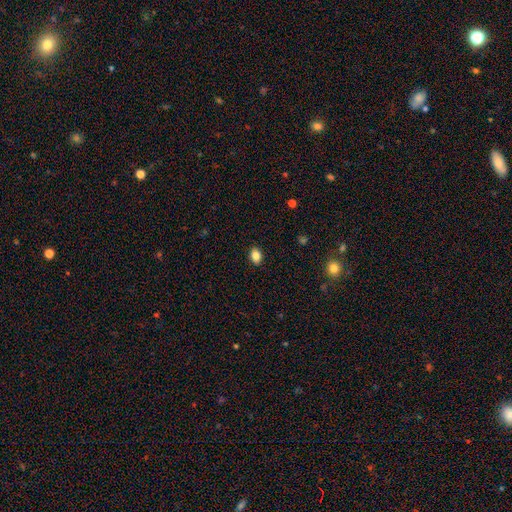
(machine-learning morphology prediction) Smooth or featured? Predicted: smooth (p=0.85). How rounded? Predicted: in between (p=0.81). Merging? Predicted: none (p=0.89).